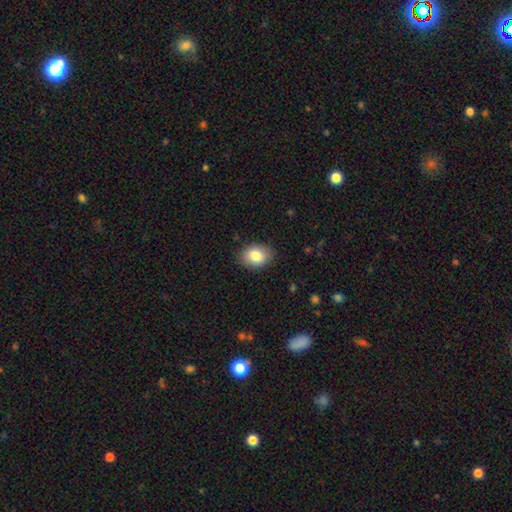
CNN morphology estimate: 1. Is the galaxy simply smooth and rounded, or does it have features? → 83% smooth, 9% featured or disk, 8% star or artifact.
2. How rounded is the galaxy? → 74% in between, 25% round, 1% cigar-shaped.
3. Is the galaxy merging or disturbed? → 86% none, 10% minor disturbance, 2% major disturbance, 1% merger.